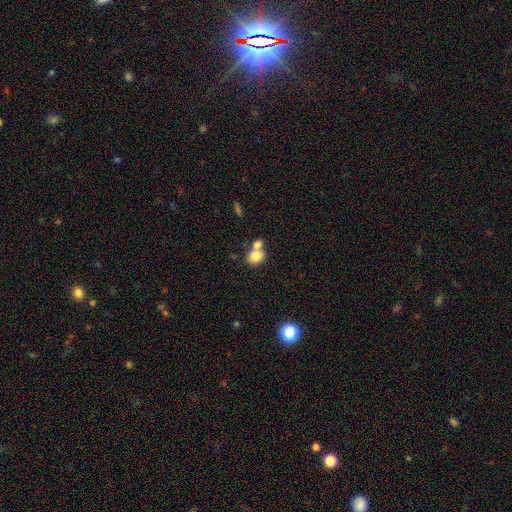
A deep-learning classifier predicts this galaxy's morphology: type=smooth (80%); roundness=round (58%); merging=merger (48%).